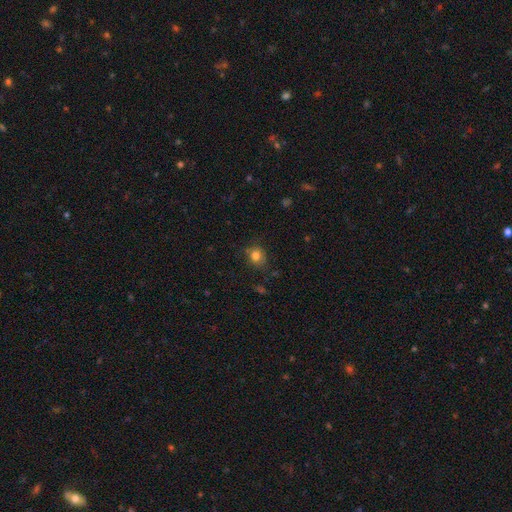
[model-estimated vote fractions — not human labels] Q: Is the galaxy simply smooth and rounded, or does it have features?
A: smooth — 80%.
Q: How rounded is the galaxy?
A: round — 65%.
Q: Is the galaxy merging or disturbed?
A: none — 71%.